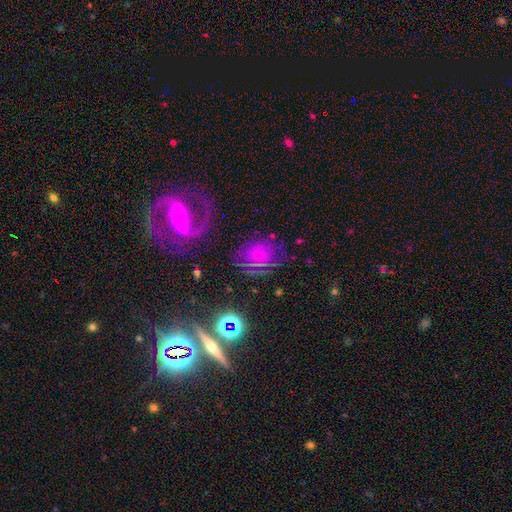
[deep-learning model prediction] This is marginally a featured or disk galaxy (42%). Merging: likely none (64%).